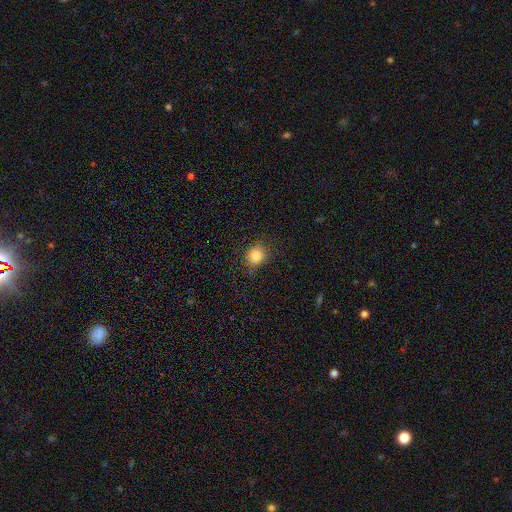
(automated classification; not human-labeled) Overall: smooth (83%). How rounded: round (76%). Merging: none (81%).